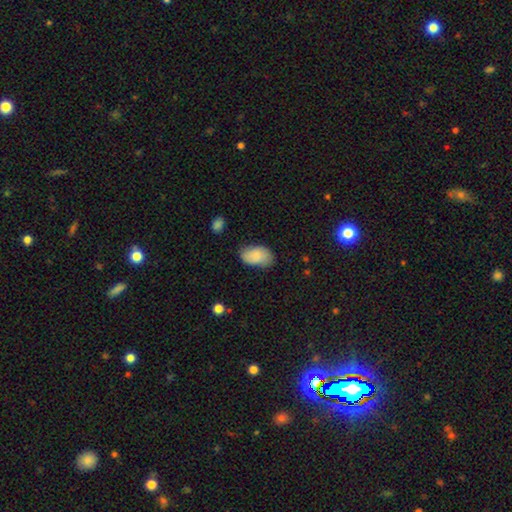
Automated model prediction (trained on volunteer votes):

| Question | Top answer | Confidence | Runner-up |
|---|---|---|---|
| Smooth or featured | smooth | 85% | featured or disk (9%) |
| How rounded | in between | 94% | round (5%) |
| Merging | none | 71% | minor disturbance (23%) |